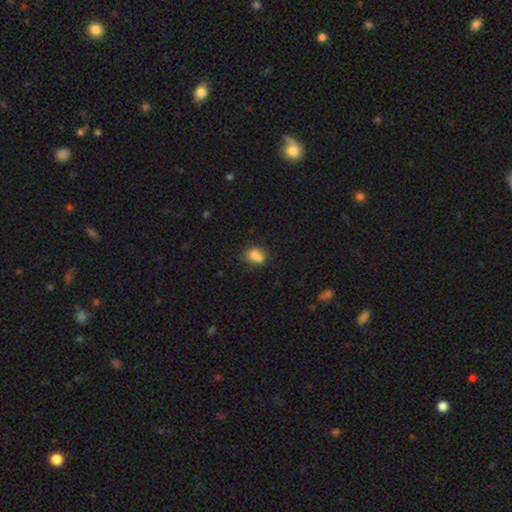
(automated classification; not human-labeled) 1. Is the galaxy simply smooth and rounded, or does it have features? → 75% smooth, 14% featured or disk, 11% star or artifact.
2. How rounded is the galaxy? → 53% in between, 45% round, 2% cigar-shaped.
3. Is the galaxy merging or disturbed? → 42% none, 37% merger, 16% minor disturbance, 5% major disturbance.